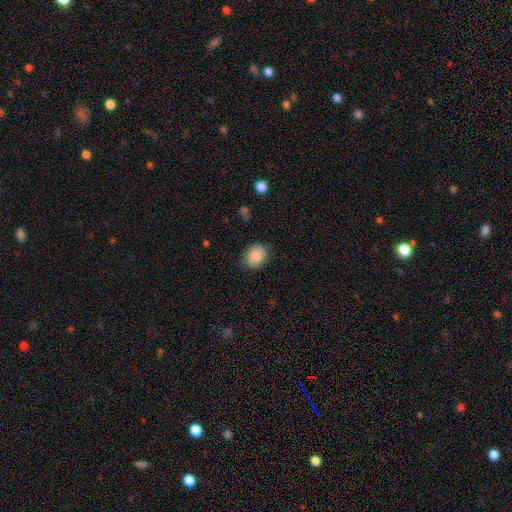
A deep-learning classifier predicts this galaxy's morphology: A smooth galaxy with no disk features (85%) that is in between round and cigar-shaped (50%). Merging: none (77%).